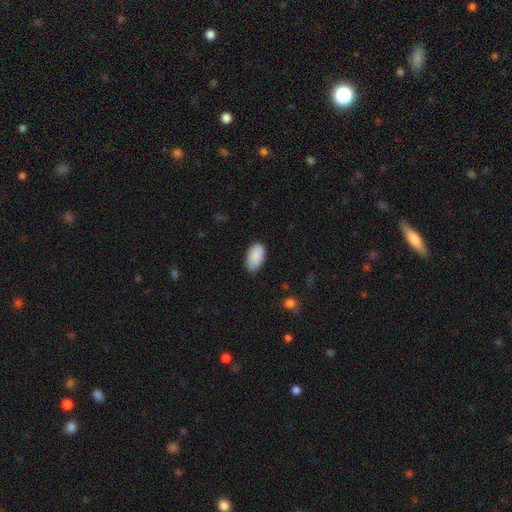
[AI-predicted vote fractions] This appears to be a smooth galaxy with no disk features (90%) that is in between round and cigar-shaped (95%). Merging: none (76%).